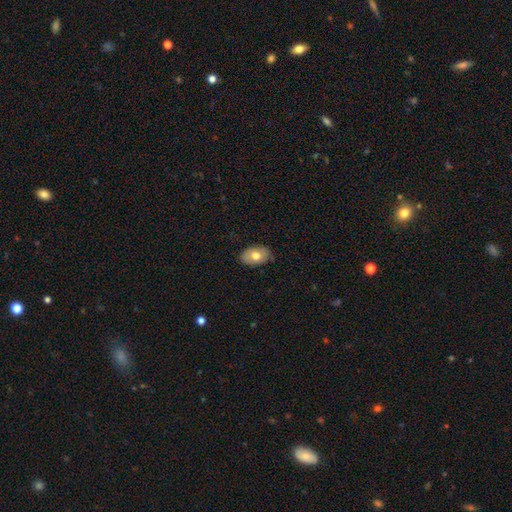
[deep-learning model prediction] Morphology: type=smooth (70%); roundness=in between (90%); merging=none (81%).